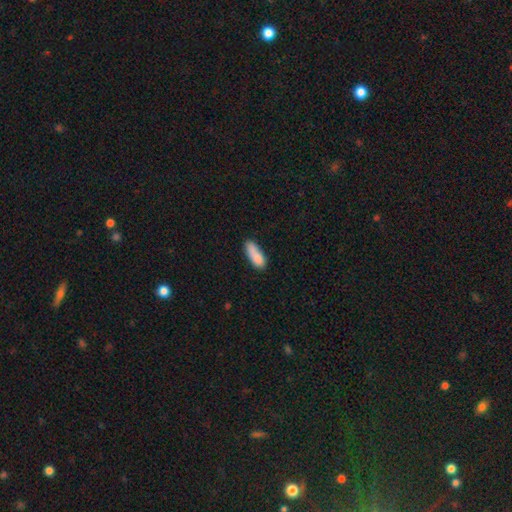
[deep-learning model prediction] Smooth or featured?
  - smooth: 85% *
  - featured or disk: 8%
  - star or artifact: 7%
How rounded?
  - in between: 62% *
  - cigar-shaped: 35%
  - round: 2%
Merging?
  - none: 61% *
  - minor disturbance: 26%
  - merger: 7%
  - major disturbance: 6%